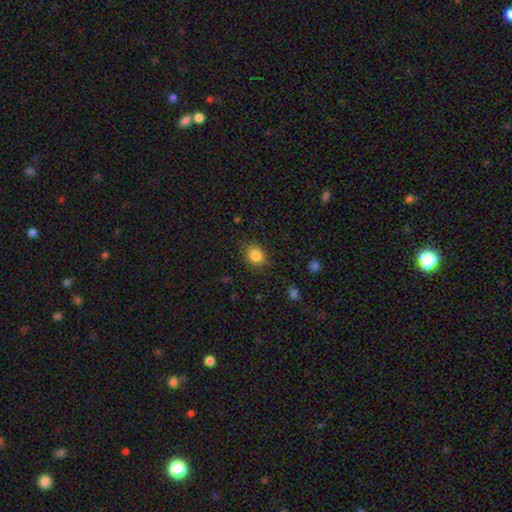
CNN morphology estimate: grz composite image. It shows a smooth galaxy with no disk features (85%) that is round (51%). Merging: none (83%).